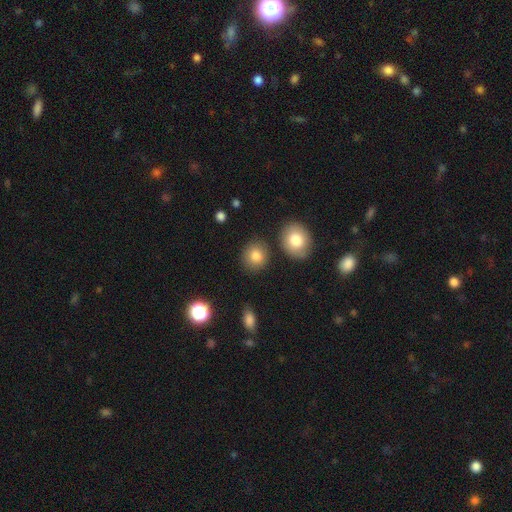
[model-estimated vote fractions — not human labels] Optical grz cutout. It shows a smooth galaxy with no disk features (84%) that is round (80%). Merging: none (82%).